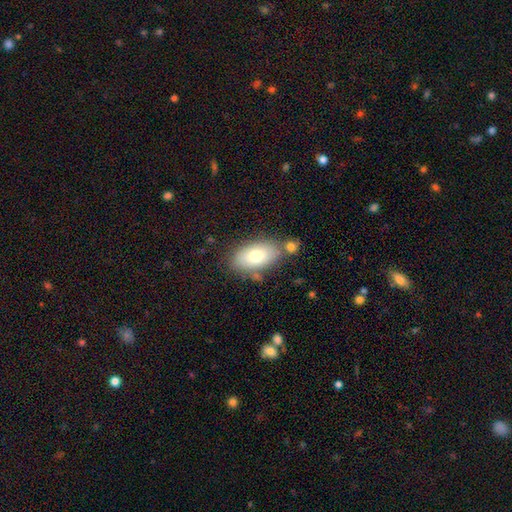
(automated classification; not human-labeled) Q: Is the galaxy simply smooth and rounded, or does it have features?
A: smooth — 72%.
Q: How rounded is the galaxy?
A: in between — 91%.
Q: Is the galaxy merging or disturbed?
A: none — 66%.